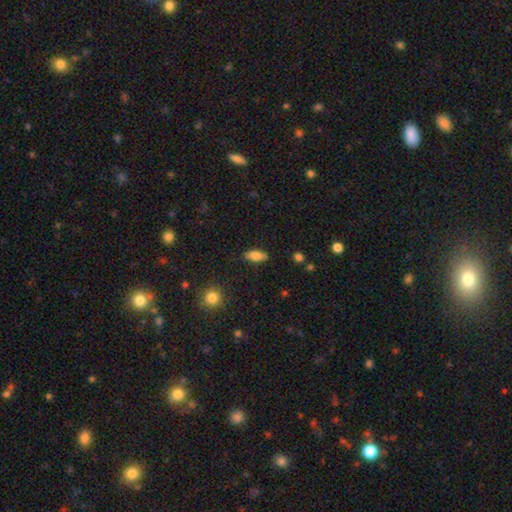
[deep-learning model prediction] Morphology: type=smooth (75%); roundness=in between (81%); merging=none (85%).